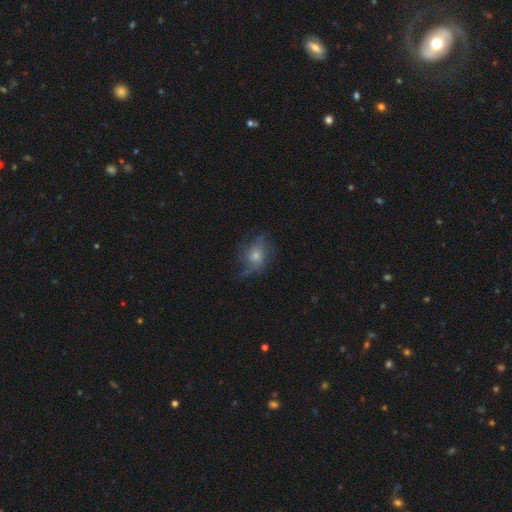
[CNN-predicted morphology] Q: Smooth or featured?
A: featured or disk (51%); runner-up: smooth (37%)
Q: Edge-on disk?
A: no (93%); runner-up: yes (7%)
Q: Merging?
A: none (55%); runner-up: minor disturbance (24%)